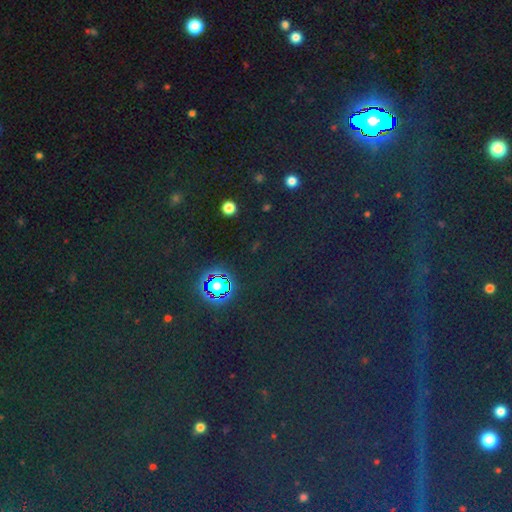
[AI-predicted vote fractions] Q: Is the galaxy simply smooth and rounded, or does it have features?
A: star or artifact — 83%.